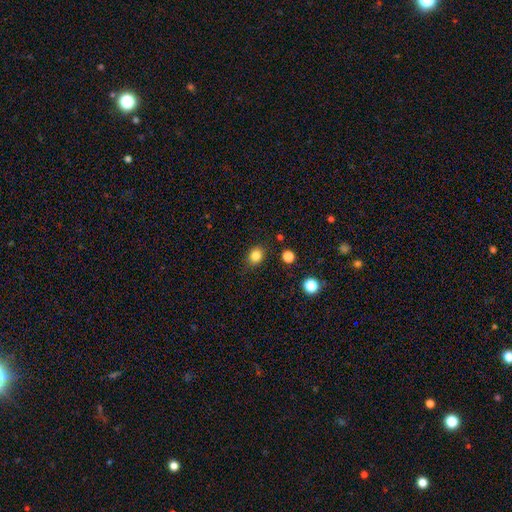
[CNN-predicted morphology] smooth-or-featured: smooth: 83% | star or artifact: 12% | featured or disk: 5%
  how-rounded: round: 59% | in between: 40% | cigar-shaped: 1%
  merging: none: 85% | minor disturbance: 11% | major disturbance: 3% | merger: 2%